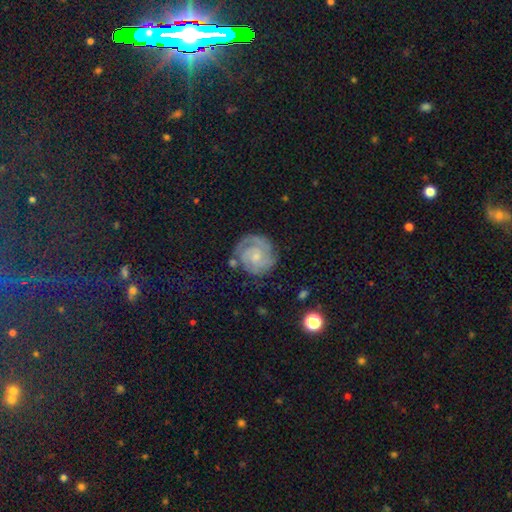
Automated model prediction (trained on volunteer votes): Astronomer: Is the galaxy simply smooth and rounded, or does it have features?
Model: featured or disk — 83%.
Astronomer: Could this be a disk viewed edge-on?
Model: no — 98%.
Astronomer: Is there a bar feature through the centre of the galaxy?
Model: no — 62%.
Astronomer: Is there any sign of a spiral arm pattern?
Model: yes — 97%.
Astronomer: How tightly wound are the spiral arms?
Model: tight — 73%.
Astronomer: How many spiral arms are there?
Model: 2 — 47%.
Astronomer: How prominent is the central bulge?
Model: small — 68%.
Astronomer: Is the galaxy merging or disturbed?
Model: none — 75%.